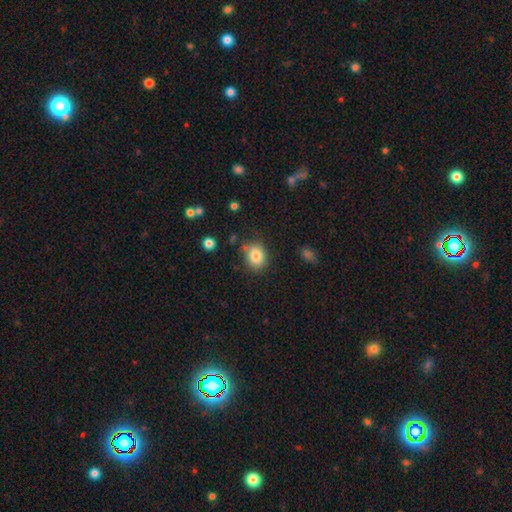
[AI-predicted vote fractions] Smooth or featured? Predicted: smooth (p=0.83). How rounded? Predicted: round (p=0.54). Merging? Predicted: none (p=0.77).